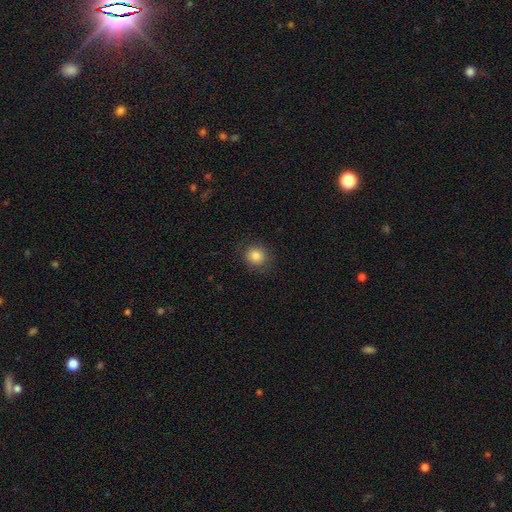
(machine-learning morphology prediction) Overall: smooth (84%). How rounded: round (87%). Merging: none (86%).